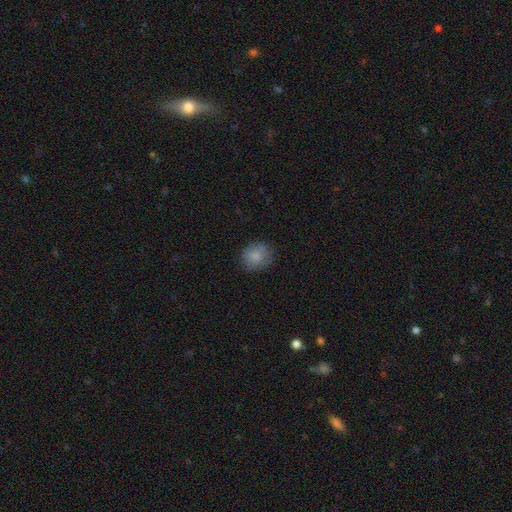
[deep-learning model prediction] Smooth or featured: smooth — 79% (featured or disk — 12%)
How rounded: round — 81% (in between — 18%)
Merging: none — 76% (minor disturbance — 17%)